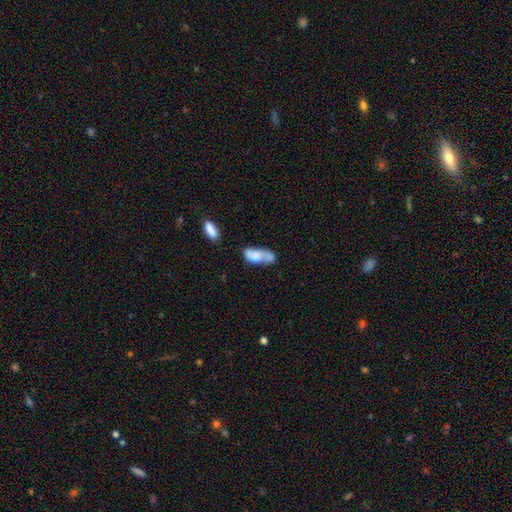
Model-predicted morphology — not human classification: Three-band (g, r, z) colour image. It shows a smooth galaxy with no disk features (64%) that is in between round and cigar-shaped (82%). Merging: merger (39%).